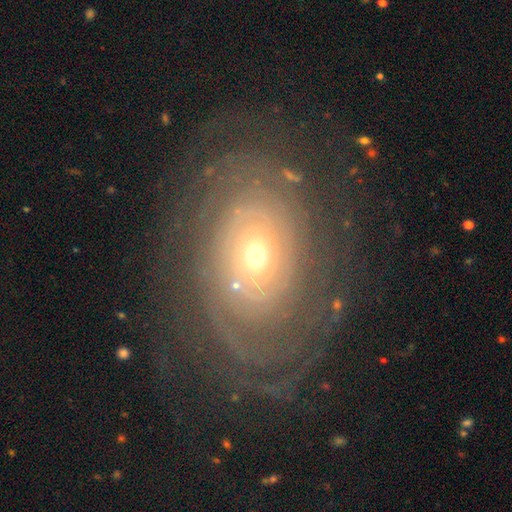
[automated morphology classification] Smooth or featured: featured or disk — 79% (smooth — 12%)
Edge-on disk: no — 95% (yes — 5%)
Bar: no — 81% (weak — 14%)
Spiral arms: yes — 88% (no — 12%)
Spiral winding: tight — 79% (medium — 15%)
Spiral arm count: can't tell — 47% (2 — 14%)
Bulge size: small — 63% (moderate — 32%)
Merging: none — 76% (minor disturbance — 14%)